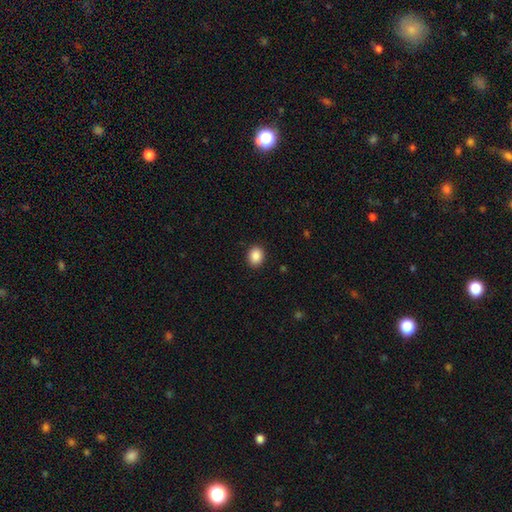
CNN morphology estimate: Smooth or featured?
  - smooth: 88% *
  - star or artifact: 9%
  - featured or disk: 3%
How rounded?
  - round: 55% *
  - in between: 44%
  - cigar-shaped: 1%
Merging?
  - none: 91% *
  - minor disturbance: 6%
  - major disturbance: 2%
  - merger: 1%